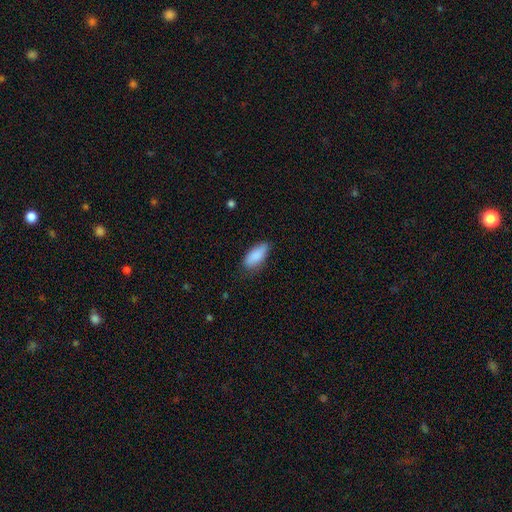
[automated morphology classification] smooth 88%, star or artifact 6%, featured or disk 6%. Down the decision tree: how rounded — in between (81%); merging — none (75%).